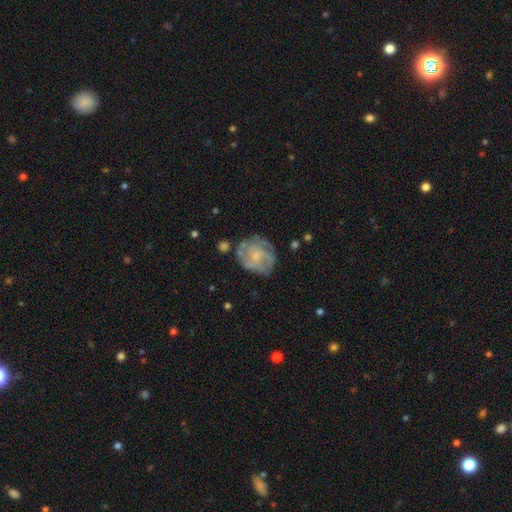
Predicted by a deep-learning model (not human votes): The model was most divided on "spiral arm count": can't tell: 36%, 3: 25%, 2: 18%, 4: 11%, 1: 5%, more than 4: 5%. Remaining: edge-on disk — no (98%); spiral arms — yes (82%); smooth or featured — featured or disk (71%); bar — no (70%); merging — none (66%); bulge size — small (52%); spiral winding — tight (49%).